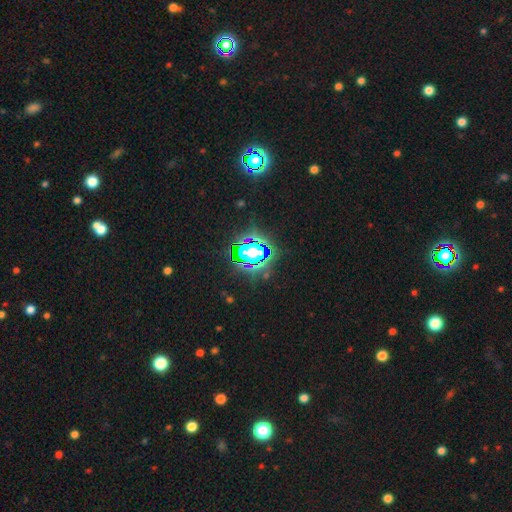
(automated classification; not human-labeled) Smooth or featured?
  - star or artifact: 67% *
  - smooth: 19%
  - featured or disk: 14%